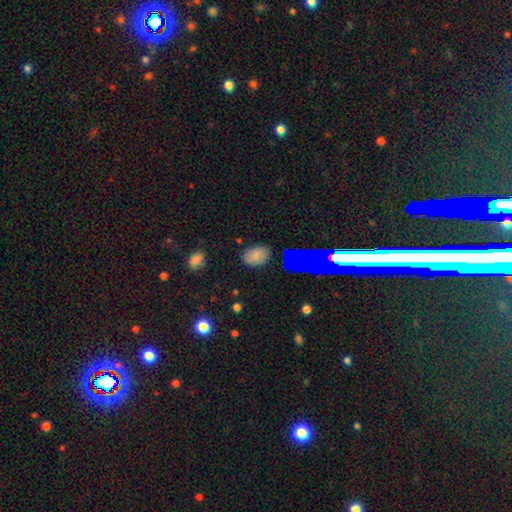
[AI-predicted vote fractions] Smooth or featured: smooth — 72% (star or artifact — 15%)
How rounded: in between — 76% (round — 23%)
Merging: none — 78% (minor disturbance — 15%)